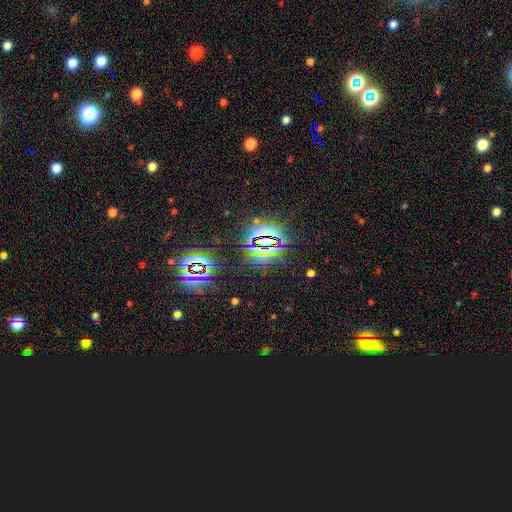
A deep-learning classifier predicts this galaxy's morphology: smooth_or_featured: star or artifact (p=0.85) [alt: smooth p=0.08]